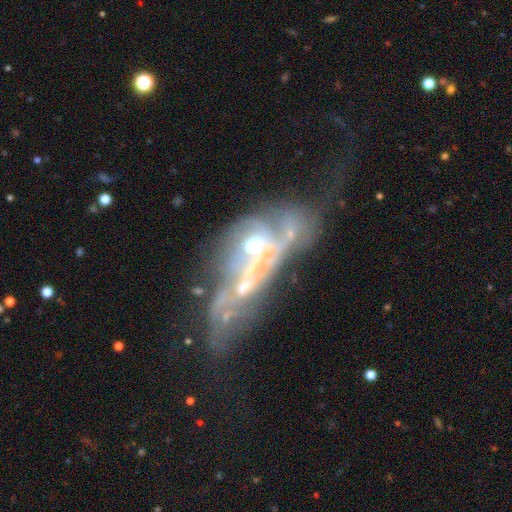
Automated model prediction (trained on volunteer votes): Smooth or featured? Predicted: featured or disk (p=0.73). Edge-on disk? Predicted: no (p=0.85). Bar? Predicted: no (p=0.70). Spiral arms? Predicted: no (p=0.58). Bulge size? Predicted: moderate (p=0.51). Merging? Predicted: merger (p=0.41).